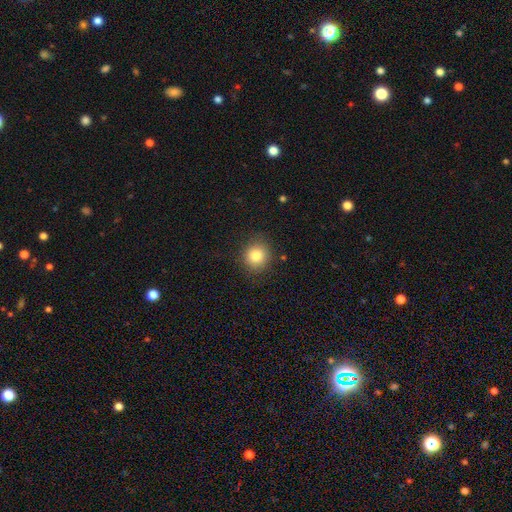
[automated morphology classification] A smooth galaxy with no disk features (84%) that is round (82%).

Vote fractions:
- Smooth or featured? smooth: 84% / star or artifact: 10% / featured or disk: 6%
- How rounded? round: 82% / in between: 17% / cigar-shaped: 1%
- Merging? none: 86% / minor disturbance: 10% / major disturbance: 3% / merger: 1%